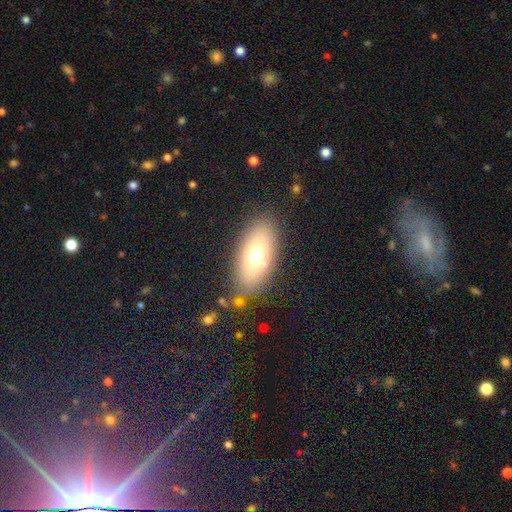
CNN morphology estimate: This is likely a smooth galaxy (67%). How rounded: clearly in between (86%). Merging: likely none (80%).